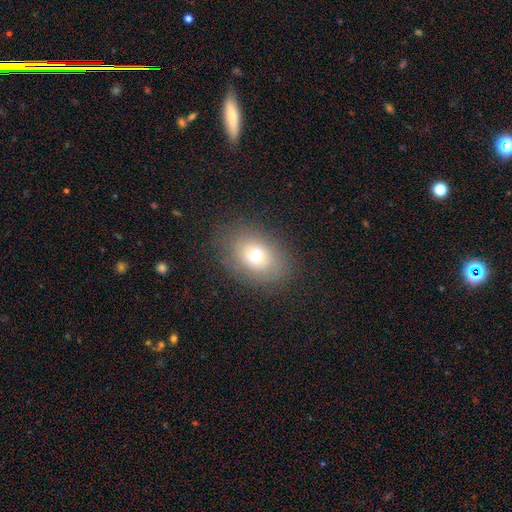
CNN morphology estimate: Overall: smooth (68%). How rounded: in between (71%). Merging: none (82%).